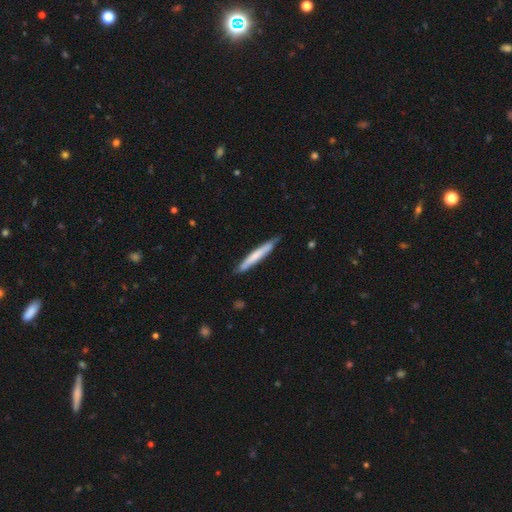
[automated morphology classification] Q: Smooth or featured?
A: smooth (63%); runner-up: featured or disk (32%)
Q: How rounded?
A: cigar-shaped (95%); runner-up: in between (3%)
Q: Merging?
A: none (82%); runner-up: minor disturbance (15%)